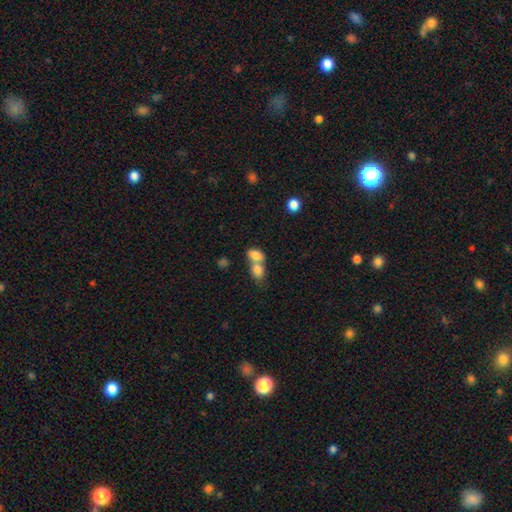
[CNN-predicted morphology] This is clearly a smooth galaxy (80%). How rounded: likely in between (76%). Merging: likely merger (69%).